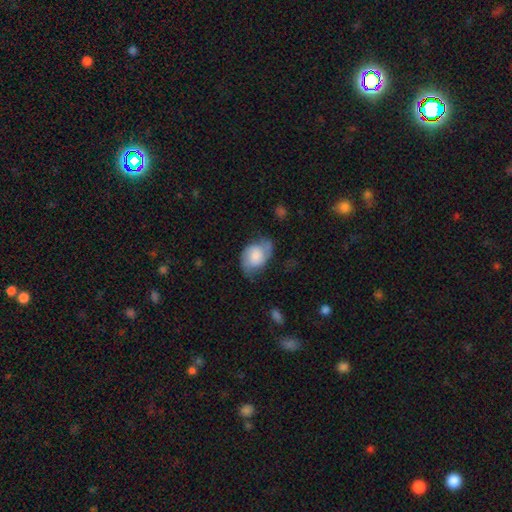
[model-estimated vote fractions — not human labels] Overall: smooth (52%; featured or disk 41%). How rounded: in between (79%). Merging: none (47%; minor disturbance 34%).